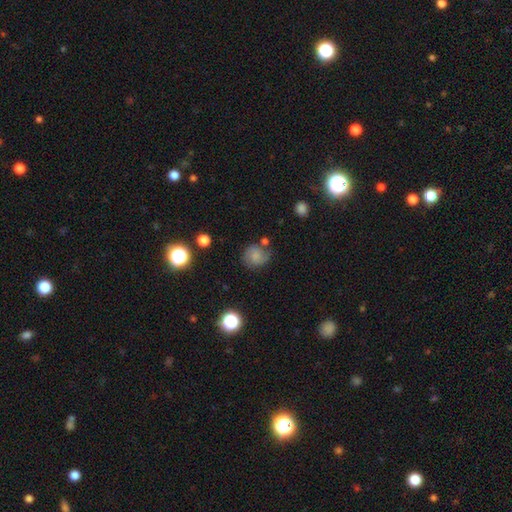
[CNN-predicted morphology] Overall: smooth (57%; featured or disk 30%). How rounded: round (78%). Merging: none (63%).